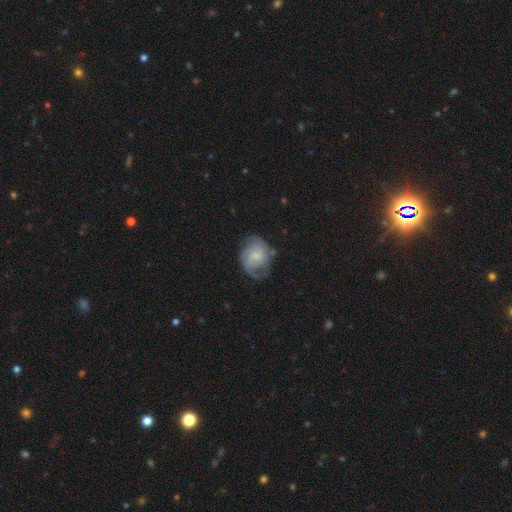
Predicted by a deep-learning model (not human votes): Q: Smooth or featured?
A: featured or disk (72%); runner-up: smooth (22%)
Q: Edge-on disk?
A: no (98%); runner-up: yes (2%)
Q: Bar?
A: no (57%); runner-up: weak (37%)
Q: Spiral arms?
A: yes (91%); runner-up: no (9%)
Q: Spiral winding?
A: medium (43%); runner-up: tight (40%)
Q: Spiral arm count?
A: 2 (53%); runner-up: can't tell (22%)
Q: Bulge size?
A: small (51%); runner-up: moderate (28%)
Q: Merging?
A: none (60%); runner-up: minor disturbance (23%)